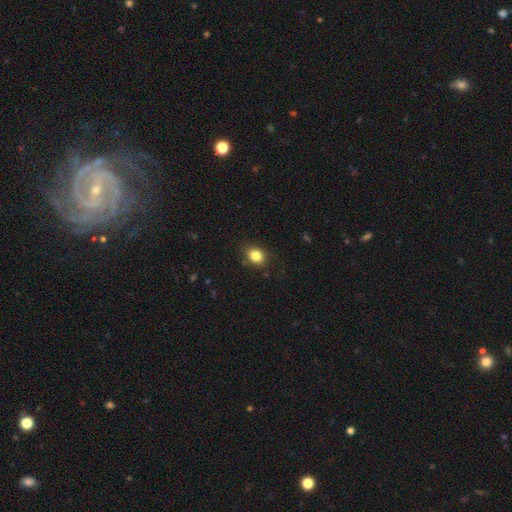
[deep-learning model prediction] smooth-or-featured: smooth: 83% | star or artifact: 10% | featured or disk: 6%
  how-rounded: in between: 51% | round: 48% | cigar-shaped: 1%
  merging: none: 81% | minor disturbance: 14% | major disturbance: 3% | merger: 1%